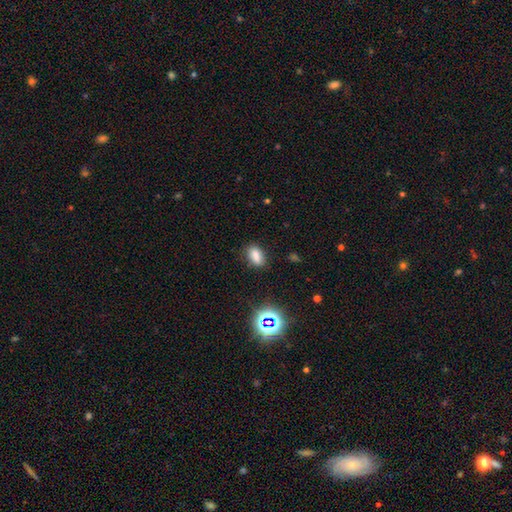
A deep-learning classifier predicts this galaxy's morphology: Overall: smooth (78%). How rounded: in between (84%). Merging: none (78%).